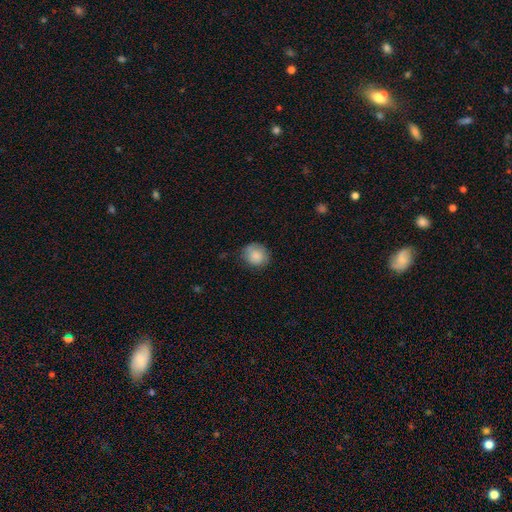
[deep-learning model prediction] Smooth or featured? Predicted: smooth (p=0.85). How rounded? Predicted: round (p=0.80). Merging? Predicted: none (p=0.73).